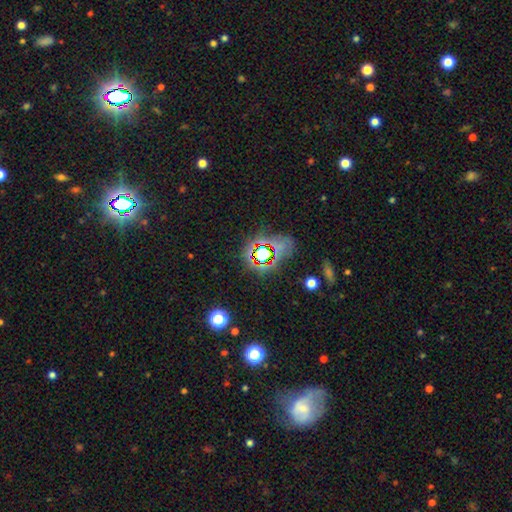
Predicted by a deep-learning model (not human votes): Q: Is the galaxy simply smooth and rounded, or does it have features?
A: star or artifact — 74%.